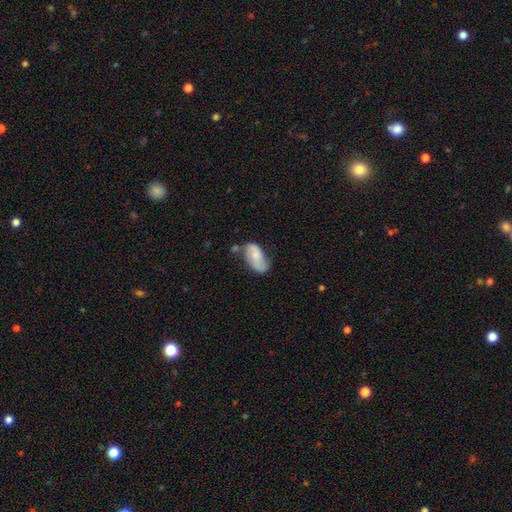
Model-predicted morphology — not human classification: A smooth galaxy with no disk features (54%) that is in between round and cigar-shaped (92%). Merging: none (47%).